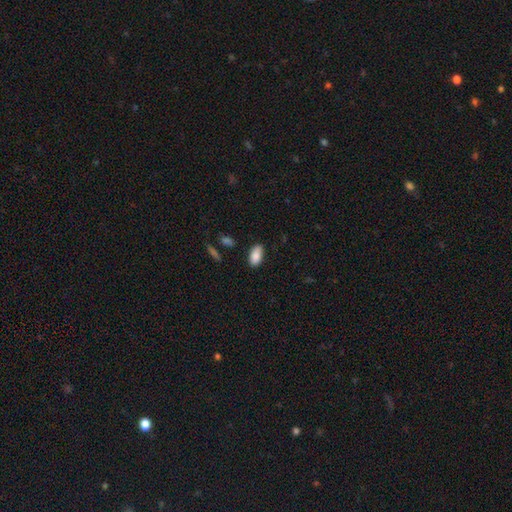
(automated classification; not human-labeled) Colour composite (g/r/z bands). It shows a smooth galaxy with no disk features (88%) that is in between round and cigar-shaped (93%). Merging: none (84%).